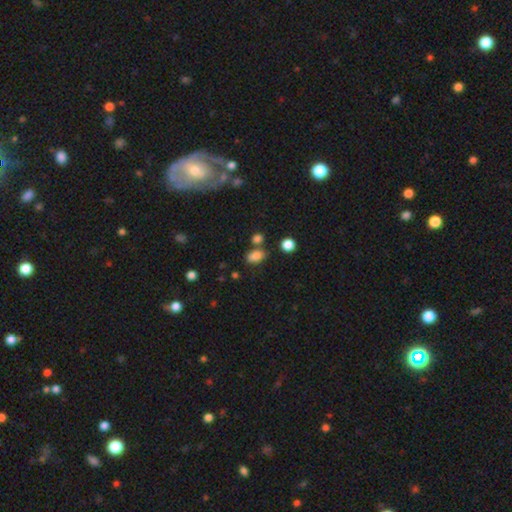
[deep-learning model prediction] Smooth or featured: smooth — 83% (star or artifact — 11%)
How rounded: in between — 86% (round — 11%)
Merging: none — 68% (merger — 14%)